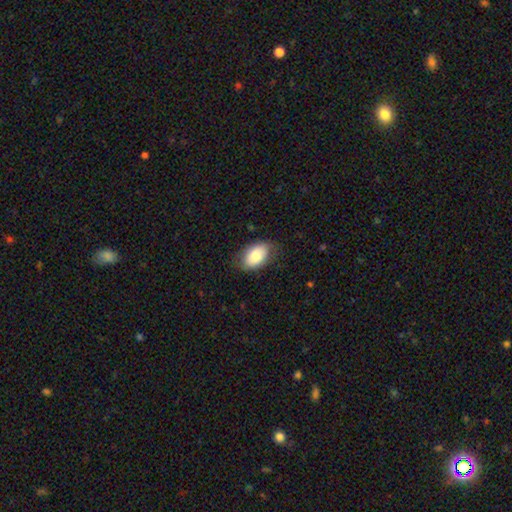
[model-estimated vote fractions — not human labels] Morphology: type=smooth (80%); roundness=in between (91%); merging=none (76%).